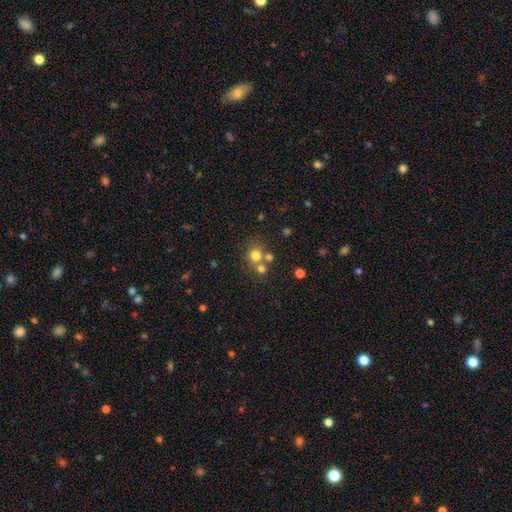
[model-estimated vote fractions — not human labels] smooth 73%, star or artifact 16%, featured or disk 11%. Down the decision tree: how rounded — round (86%); merging — none (56%).